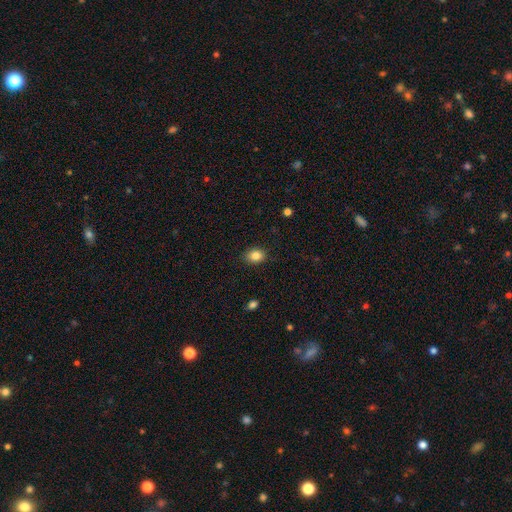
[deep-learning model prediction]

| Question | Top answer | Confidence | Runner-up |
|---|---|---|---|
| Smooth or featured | smooth | 85% | star or artifact (10%) |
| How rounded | in between | 62% | round (37%) |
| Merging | none | 87% | minor disturbance (10%) |